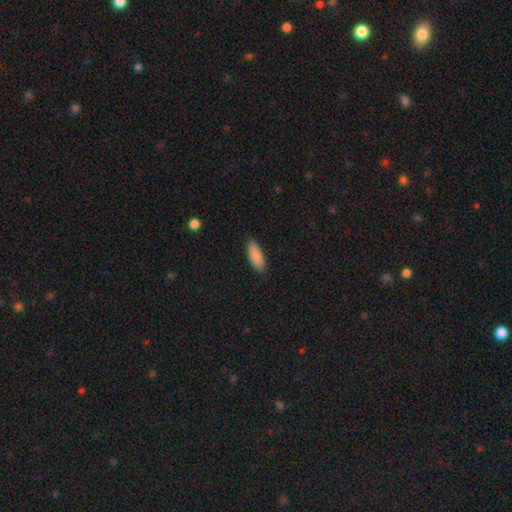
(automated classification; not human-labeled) The model was most divided on "how rounded": in between: 70%, cigar-shaped: 28%, round: 2%. More confident: smooth or featured — smooth (89%); merging — none (87%).